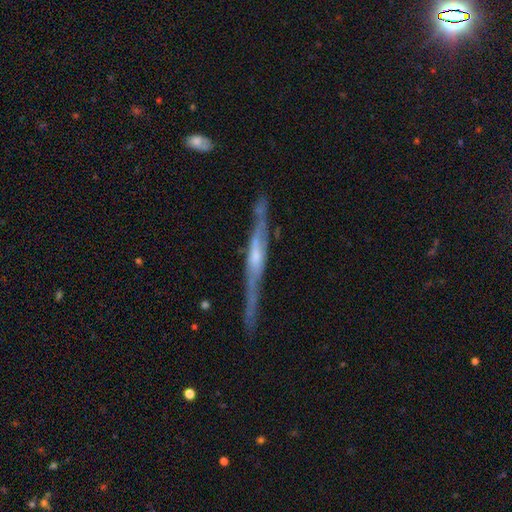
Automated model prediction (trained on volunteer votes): This appears to be a featured or disk galaxy (82%) viewed edge-on (97%) with a rounded central bulge (57%). Merging: none (84%).